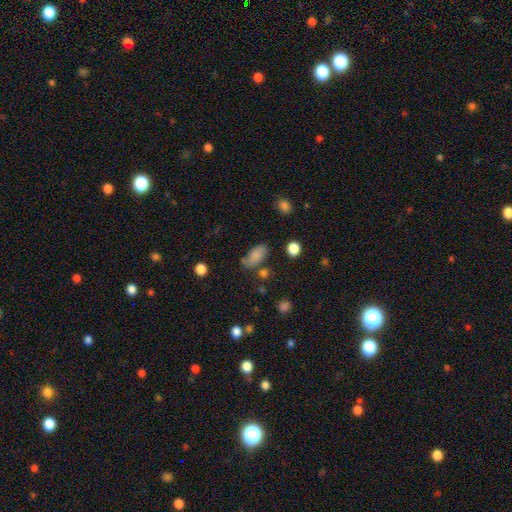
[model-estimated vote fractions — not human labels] A smooth galaxy with no disk features (81%) that is in between round and cigar-shaped (89%). Merging: none (69%).